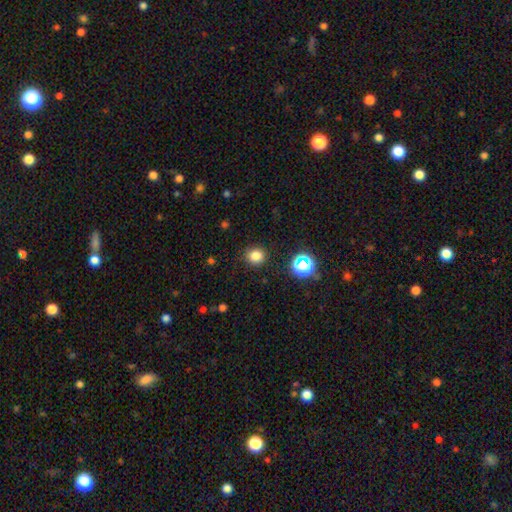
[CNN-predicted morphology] A smooth galaxy with no disk features (80%) that is round (86%).

Vote fractions:
- Smooth or featured? smooth: 80% / star or artifact: 15% / featured or disk: 5%
- How rounded? round: 86% / in between: 13% / cigar-shaped: 1%
- Merging? none: 89% / minor disturbance: 7% / major disturbance: 3% / merger: 1%